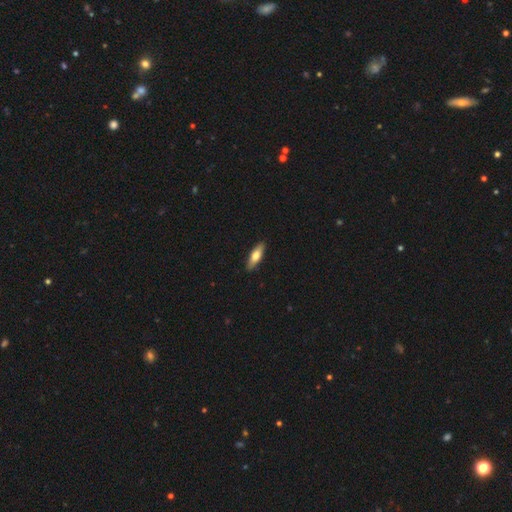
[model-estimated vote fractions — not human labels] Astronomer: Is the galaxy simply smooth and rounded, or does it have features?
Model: smooth — 62%.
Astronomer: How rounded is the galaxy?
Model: cigar-shaped — 54% (runner-up: in between, 44%).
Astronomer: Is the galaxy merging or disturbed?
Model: none — 90%.